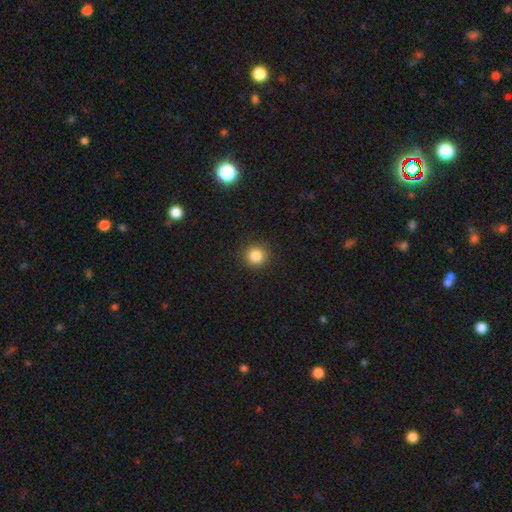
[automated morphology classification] smooth-or-featured: smooth: 84% | star or artifact: 12% | featured or disk: 4%
  how-rounded: round: 93% | in between: 6% | cigar-shaped: 1%
  merging: none: 91% | minor disturbance: 6% | major disturbance: 2% | merger: 1%